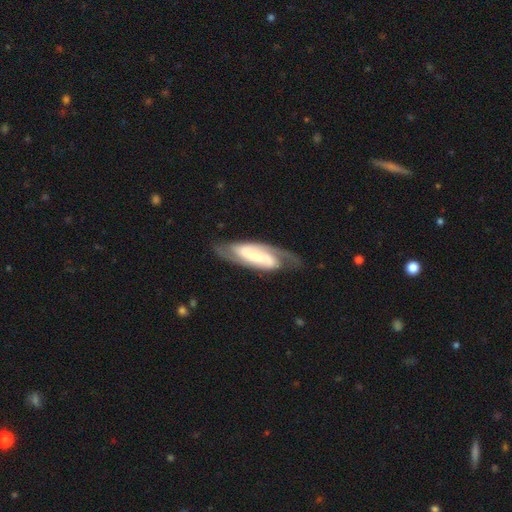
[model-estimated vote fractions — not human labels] Q: Smooth or featured?
A: featured or disk (80%); runner-up: smooth (14%)
Q: Edge-on disk?
A: no (91%); runner-up: yes (9%)
Q: Bar?
A: strong (44%); runner-up: weak (30%)
Q: Spiral arms?
A: yes (95%); runner-up: no (5%)
Q: Spiral winding?
A: medium (46%); runner-up: tight (37%)
Q: Spiral arm count?
A: 2 (87%); runner-up: can't tell (6%)
Q: Bulge size?
A: small (34%); runner-up: none (31%)
Q: Merging?
A: none (72%); runner-up: minor disturbance (17%)